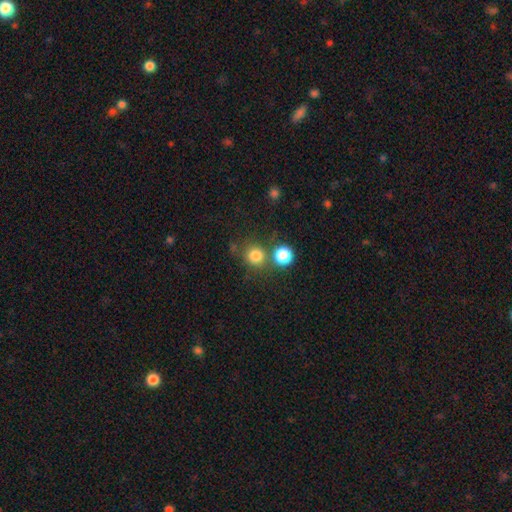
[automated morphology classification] smooth_or_featured: smooth (p=0.80) [alt: star or artifact p=0.14]
how_rounded: round (p=0.91) [alt: in between p=0.09]
merging: none (p=0.69) [alt: merger p=0.19]